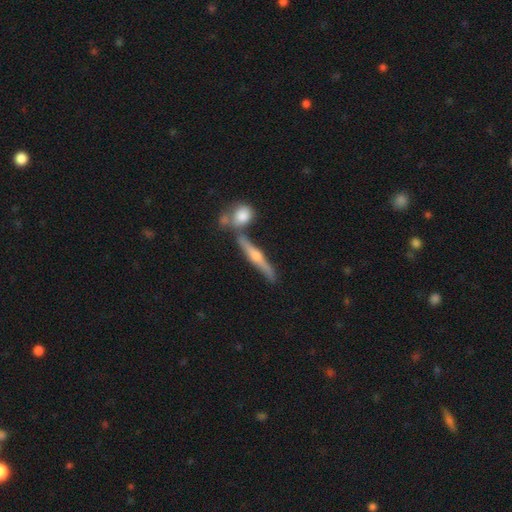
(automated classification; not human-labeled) Smooth or featured?
  - featured or disk: 72% *
  - smooth: 22%
  - star or artifact: 6%
Edge-on disk?
  - yes: 96% *
  - no: 4%
Edge-on bulge?
  - rounded: 92% *
  - none: 5%
  - boxy: 3%
Merging?
  - none: 73% *
  - merger: 13%
  - minor disturbance: 11%
  - major disturbance: 3%